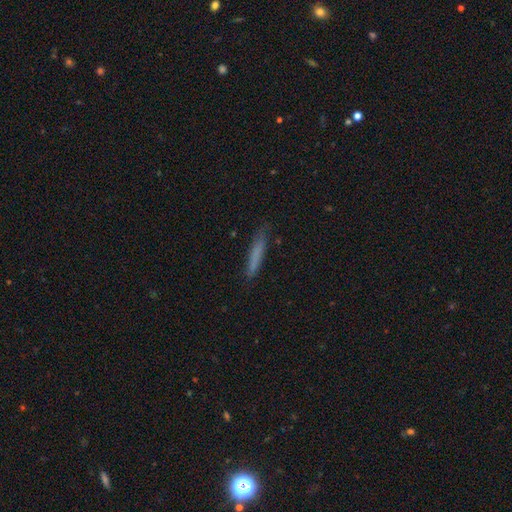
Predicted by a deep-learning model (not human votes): Smooth or featured?
  - smooth: 72% *
  - featured or disk: 20%
  - star or artifact: 8%
How rounded?
  - cigar-shaped: 93% *
  - in between: 6%
  - round: 1%
Merging?
  - none: 80% *
  - minor disturbance: 15%
  - major disturbance: 3%
  - merger: 1%